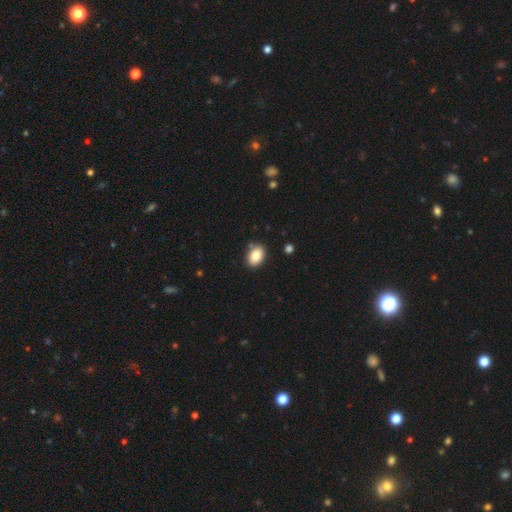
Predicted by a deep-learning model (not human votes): Smooth or featured?
  - smooth: 86% *
  - star or artifact: 8%
  - featured or disk: 6%
How rounded?
  - in between: 84% *
  - round: 15%
  - cigar-shaped: 1%
Merging?
  - none: 84% *
  - minor disturbance: 11%
  - merger: 3%
  - major disturbance: 2%